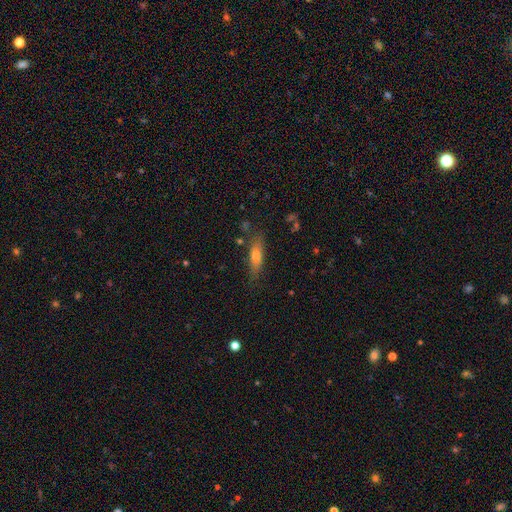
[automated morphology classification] smooth_or_featured: smooth (p=0.64) [alt: featured or disk p=0.27]
how_rounded: cigar-shaped (p=0.54) [alt: in between p=0.43]
merging: none (p=0.76) [alt: minor disturbance p=0.16]